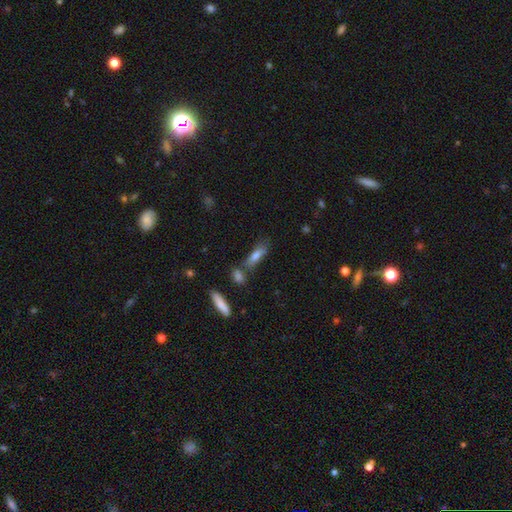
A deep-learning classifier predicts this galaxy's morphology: Overall: smooth (65%; featured or disk 25%). How rounded: cigar-shaped (61%; in between 36%). Merging: none (61%).